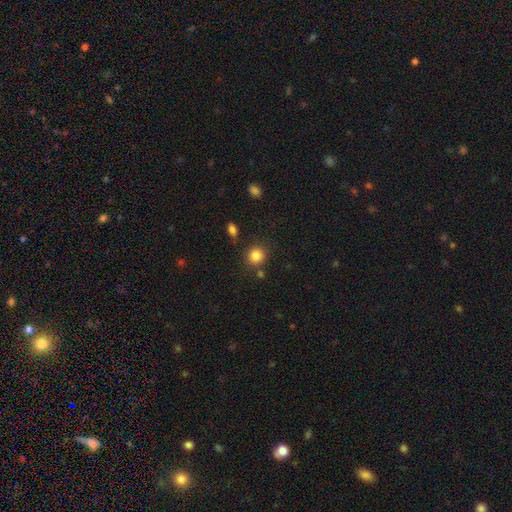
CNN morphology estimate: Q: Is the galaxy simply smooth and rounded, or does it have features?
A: smooth — 84%.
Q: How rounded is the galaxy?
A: round — 90%.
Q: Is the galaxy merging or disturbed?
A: none — 82%.